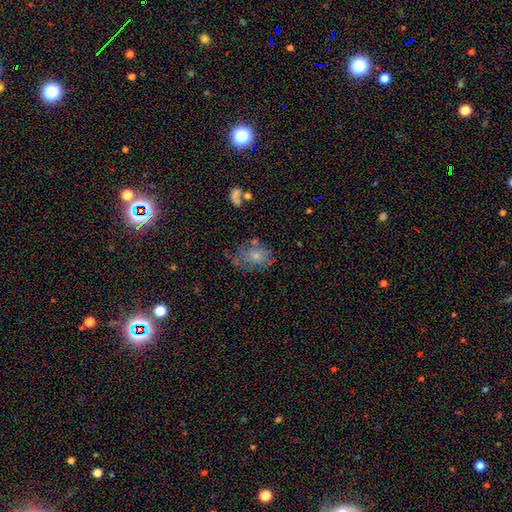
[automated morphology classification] smooth_or_featured: smooth (p=0.64) [alt: featured or disk p=0.25]
how_rounded: in between (p=0.64) [alt: round p=0.34]
merging: none (p=0.40) [alt: minor disturbance p=0.28]